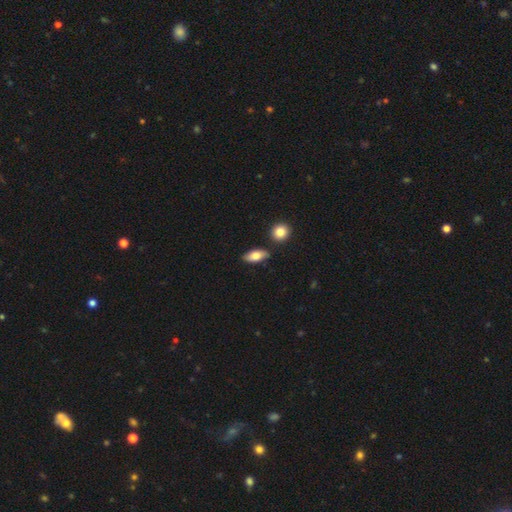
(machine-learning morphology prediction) This is likely a smooth galaxy (76%). How rounded: clearly in between (86%). Merging: likely none (79%).